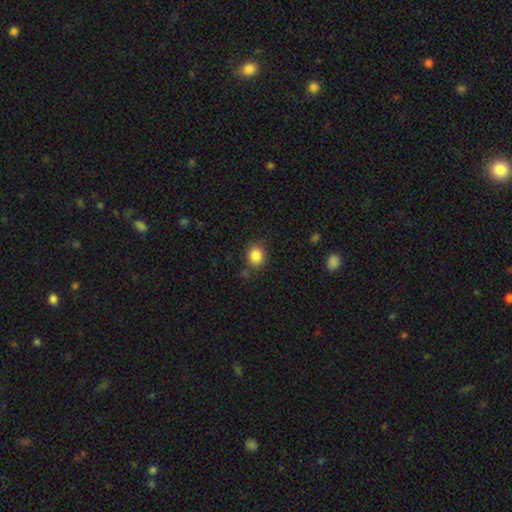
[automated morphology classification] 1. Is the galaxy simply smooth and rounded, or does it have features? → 86% smooth, 9% star or artifact, 4% featured or disk.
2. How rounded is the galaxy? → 64% round, 35% in between, 1% cigar-shaped.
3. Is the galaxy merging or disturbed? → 78% none, 15% minor disturbance, 4% major disturbance, 3% merger.